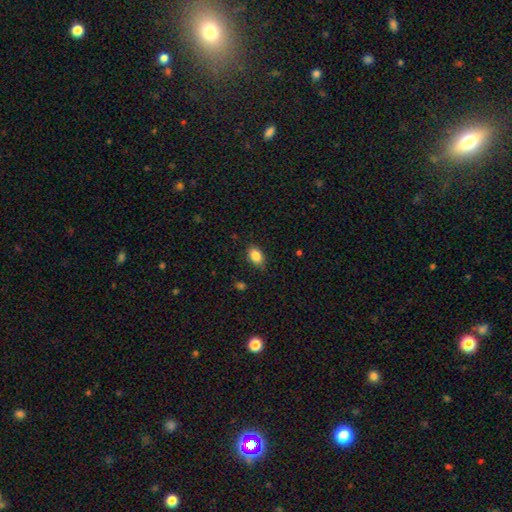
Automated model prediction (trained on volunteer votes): Overall: smooth (86%). How rounded: in between (85%). Merging: none (83%).